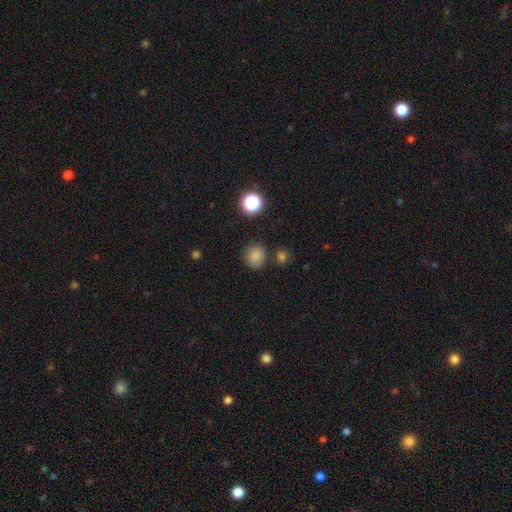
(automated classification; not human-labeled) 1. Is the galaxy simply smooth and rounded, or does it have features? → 80% smooth, 14% star or artifact, 5% featured or disk.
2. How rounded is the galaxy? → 84% round, 15% in between, 1% cigar-shaped.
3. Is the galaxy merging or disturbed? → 77% none, 13% minor disturbance, 6% merger, 4% major disturbance.